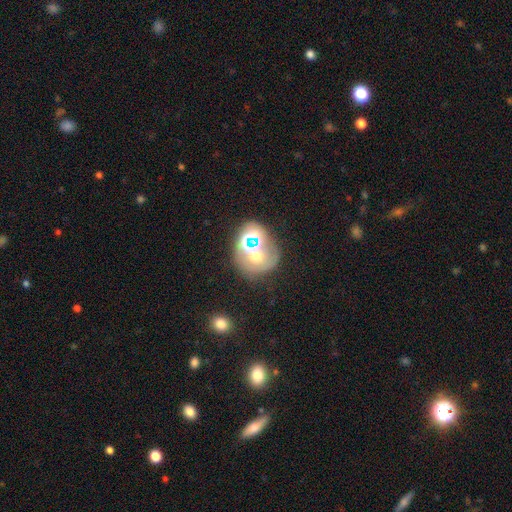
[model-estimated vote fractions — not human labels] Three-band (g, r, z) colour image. It shows a smooth galaxy with no disk features (41%). Merging: none (47%).